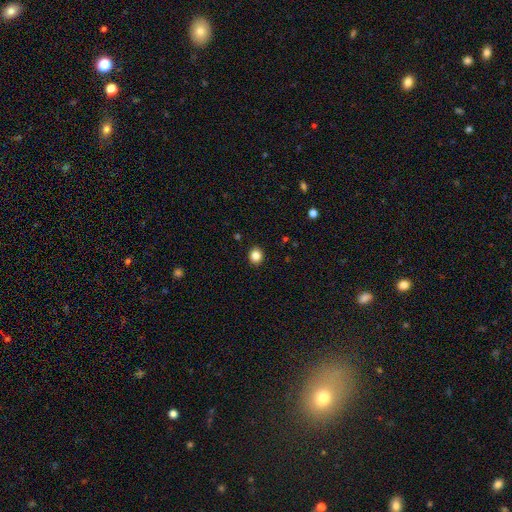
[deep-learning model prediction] smooth 85%, star or artifact 11%, featured or disk 4%. Down the decision tree: how rounded — round (85%); merging — none (92%).